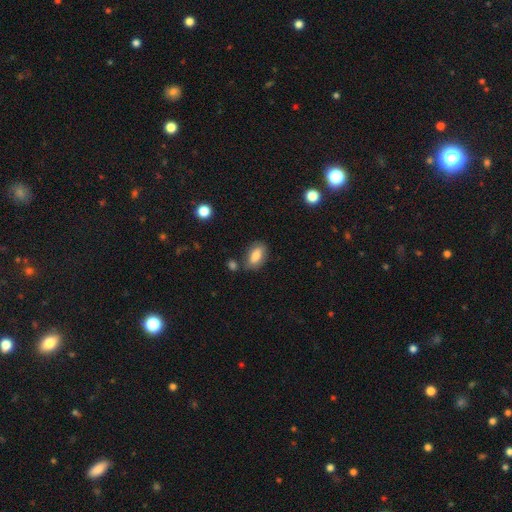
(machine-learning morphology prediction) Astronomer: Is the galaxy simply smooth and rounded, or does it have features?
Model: smooth — 82%.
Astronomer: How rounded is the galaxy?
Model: in between — 90%.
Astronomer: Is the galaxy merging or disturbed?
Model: none — 72%.